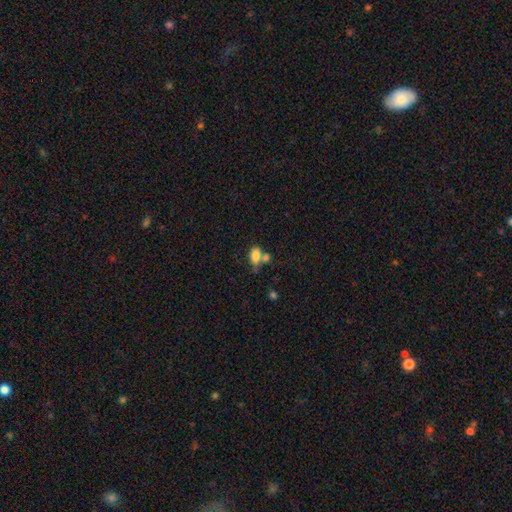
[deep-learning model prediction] This appears to be a smooth galaxy with no disk features (81%) that is in between round and cigar-shaped (88%). Merging: none (42%).